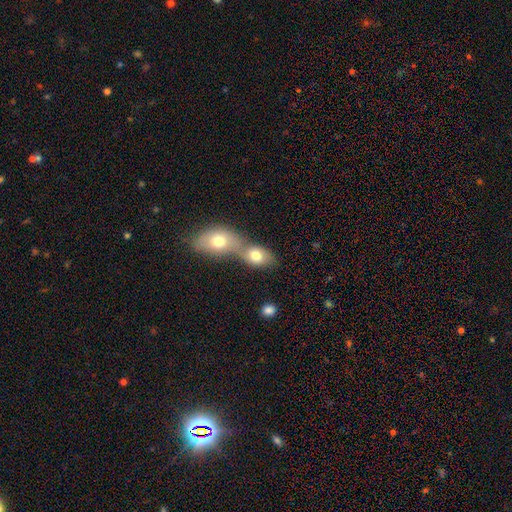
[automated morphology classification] Smooth or featured? smooth (77%)
How rounded? in between (72%)
Merging? merger (68%)